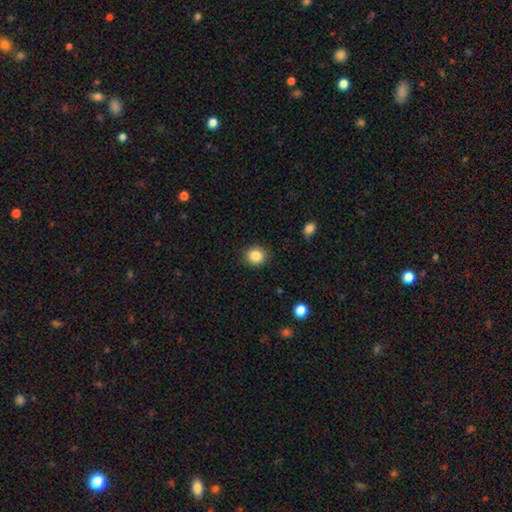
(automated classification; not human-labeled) Smooth or featured: smooth — 86% (star or artifact — 10%)
How rounded: round — 82% (in between — 18%)
Merging: none — 89% (minor disturbance — 7%)